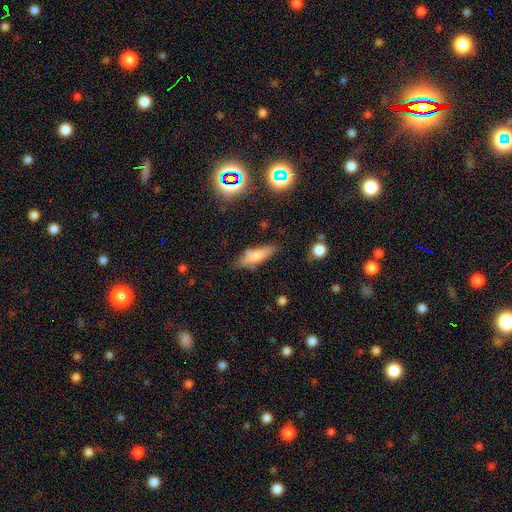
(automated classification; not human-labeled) Overall: smooth (65%). How rounded: cigar-shaped (59%; in between 38%). Merging: none (71%).